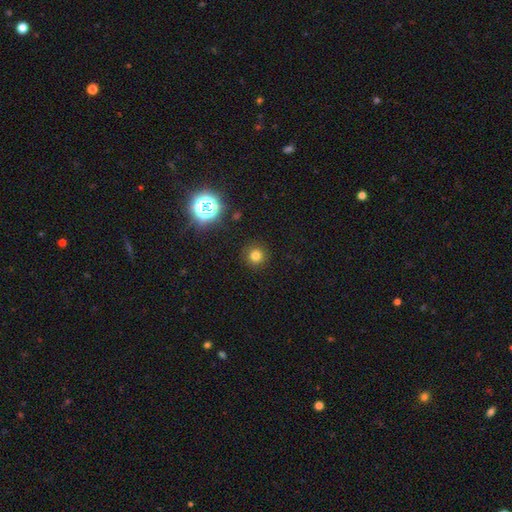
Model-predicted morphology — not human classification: Smooth or featured?
  - smooth: 76% *
  - star or artifact: 18%
  - featured or disk: 6%
How rounded?
  - round: 95% *
  - in between: 5%
  - cigar-shaped: 1%
Merging?
  - none: 90% *
  - minor disturbance: 6%
  - major disturbance: 2%
  - merger: 1%